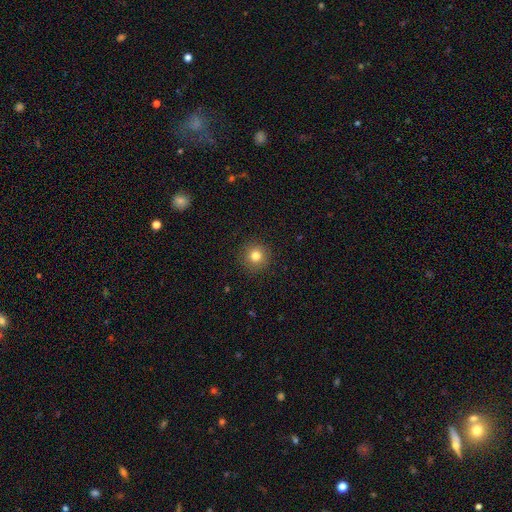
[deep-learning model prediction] A smooth galaxy with no disk features (80%) that is round (94%). Merging: none (91%).